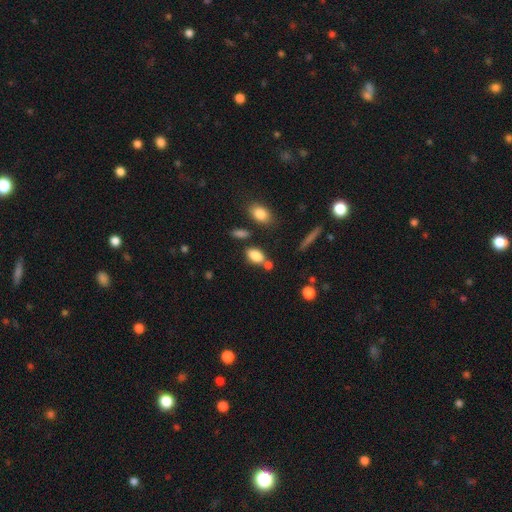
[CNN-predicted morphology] Smooth or featured? smooth (83%)
How rounded? in between (86%)
Merging? none (62%)